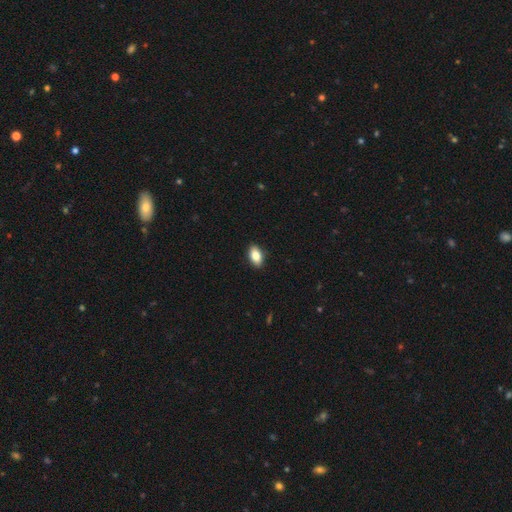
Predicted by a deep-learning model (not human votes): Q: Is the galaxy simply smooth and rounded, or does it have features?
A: smooth — 84%.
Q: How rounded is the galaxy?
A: in between — 91%.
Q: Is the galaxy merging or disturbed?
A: none — 90%.